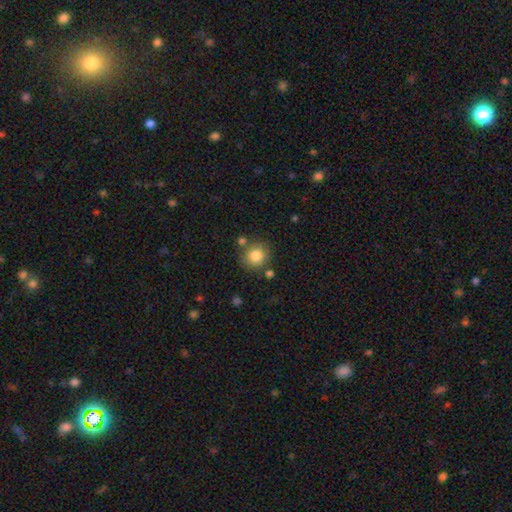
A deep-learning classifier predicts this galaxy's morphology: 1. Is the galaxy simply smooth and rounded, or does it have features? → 83% smooth, 9% star or artifact, 7% featured or disk.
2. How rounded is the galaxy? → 88% round, 11% in between, 1% cigar-shaped.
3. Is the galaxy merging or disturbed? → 76% none, 11% minor disturbance, 9% merger, 4% major disturbance.